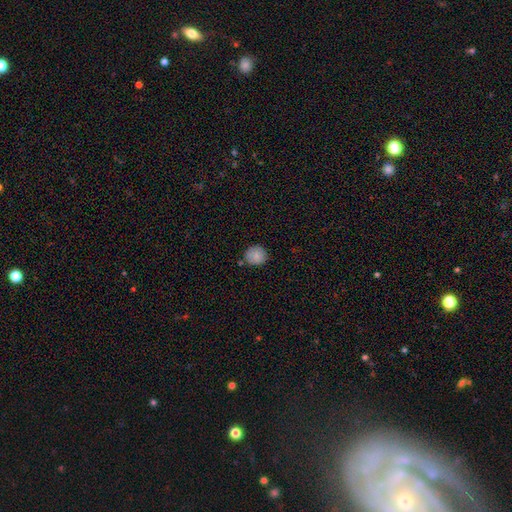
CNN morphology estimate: smooth_or_featured: smooth (p=0.85) [alt: star or artifact p=0.08]
how_rounded: round (p=0.89) [alt: in between p=0.10]
merging: none (p=0.80) [alt: minor disturbance p=0.12]